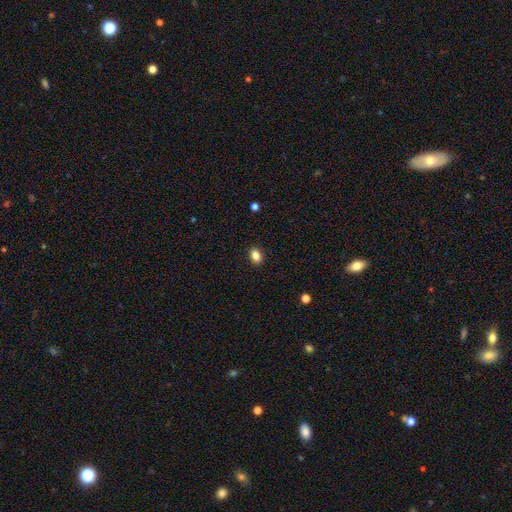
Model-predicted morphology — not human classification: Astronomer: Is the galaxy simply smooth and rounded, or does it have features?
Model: smooth — 85%.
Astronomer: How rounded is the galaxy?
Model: in between — 72%.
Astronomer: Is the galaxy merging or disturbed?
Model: none — 90%.